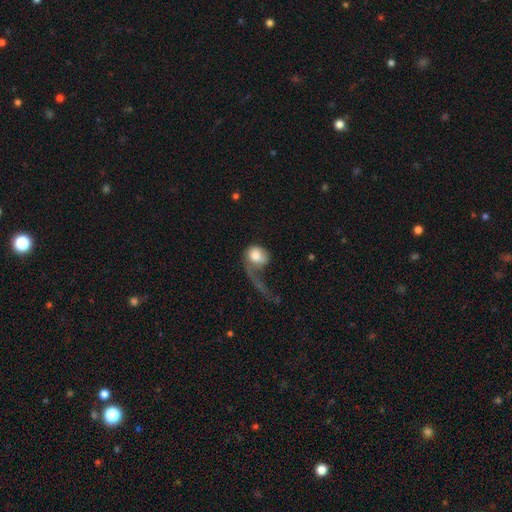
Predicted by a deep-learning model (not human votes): This appears to be a smooth galaxy with no disk features (64%) that is round (58%). Merging: major disturbance (66%).